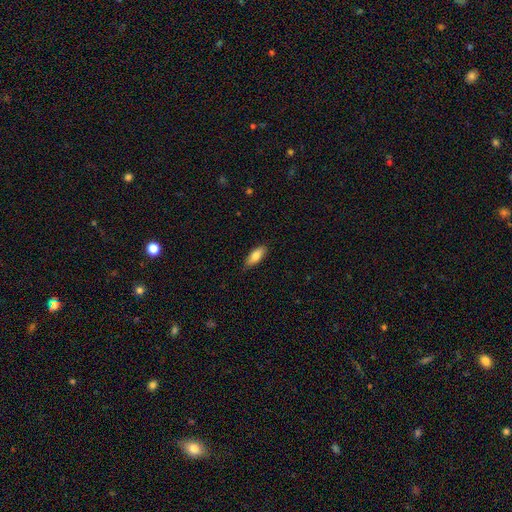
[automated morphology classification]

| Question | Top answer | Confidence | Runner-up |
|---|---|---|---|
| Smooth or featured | smooth | 80% | featured or disk (14%) |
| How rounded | in between | 79% | cigar-shaped (19%) |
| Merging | none | 83% | minor disturbance (14%) |